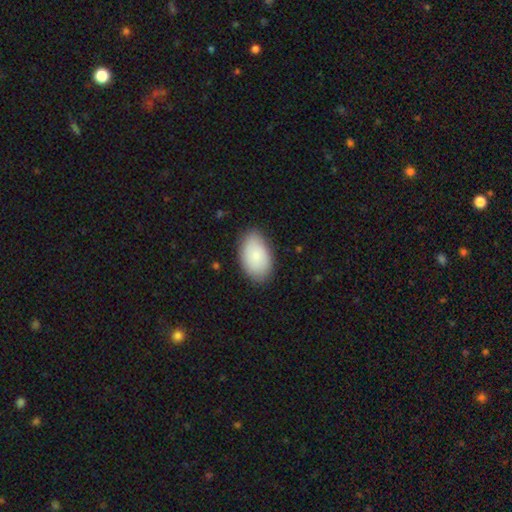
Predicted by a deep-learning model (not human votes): Smooth or featured: smooth — 82% (featured or disk — 12%)
How rounded: in between — 93% (round — 6%)
Merging: none — 81% (minor disturbance — 15%)